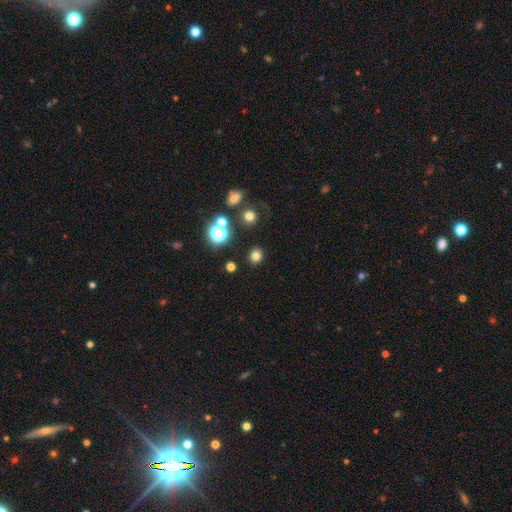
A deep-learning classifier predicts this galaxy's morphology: smooth 76%, star or artifact 19%, featured or disk 6%. Down the decision tree: how rounded — round (75%); merging — none (87%).